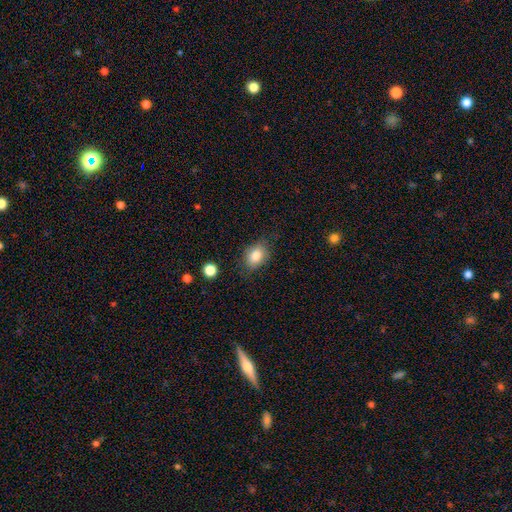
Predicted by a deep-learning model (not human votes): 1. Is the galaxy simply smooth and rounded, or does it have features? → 82% smooth, 9% featured or disk, 9% star or artifact.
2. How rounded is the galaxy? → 66% in between, 33% round, 1% cigar-shaped.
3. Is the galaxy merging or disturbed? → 73% none, 20% minor disturbance, 5% major disturbance, 2% merger.